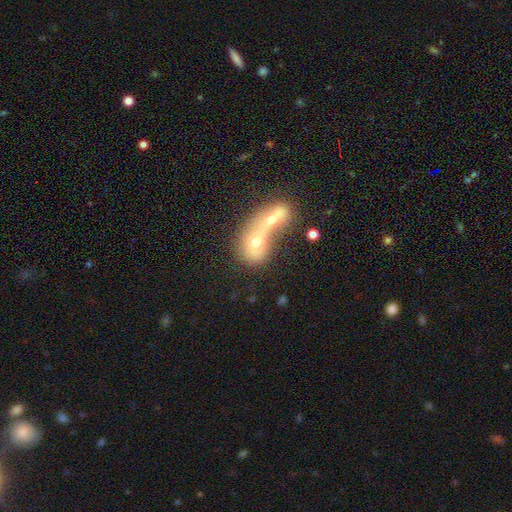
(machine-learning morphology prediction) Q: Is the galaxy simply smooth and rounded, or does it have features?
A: smooth — 51%.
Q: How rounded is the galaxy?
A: in between — 48%.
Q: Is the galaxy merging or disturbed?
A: merger — 82%.